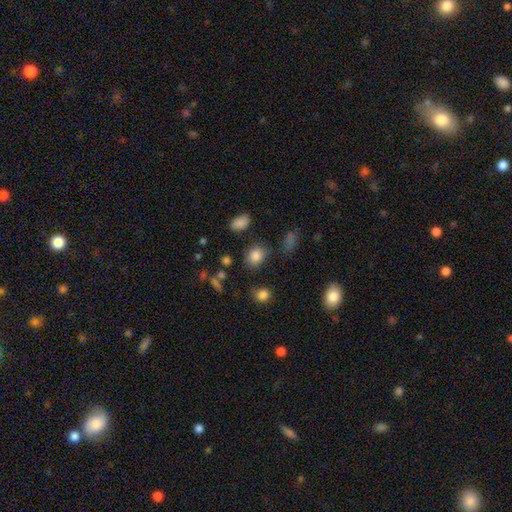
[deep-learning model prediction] smooth 82%, star or artifact 12%, featured or disk 6%. Down the decision tree: how rounded — round (55%); merging — none (77%).